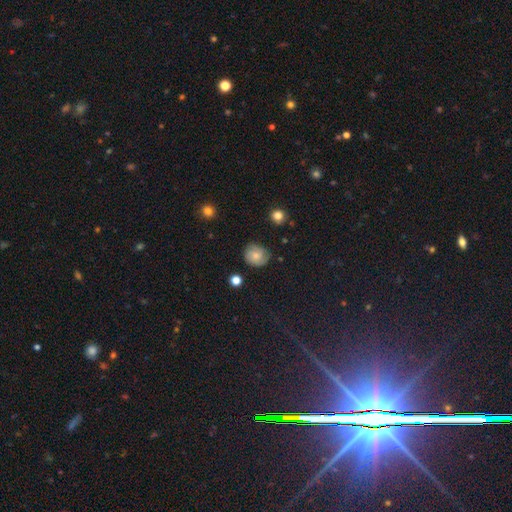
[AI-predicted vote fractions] Smooth or featured? smooth (70%)
How rounded? round (81%)
Merging? none (73%)